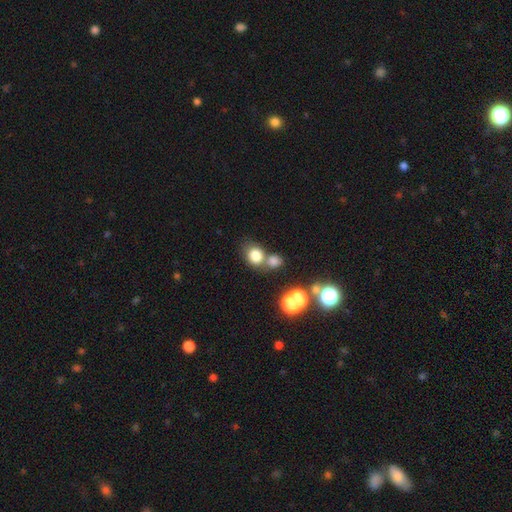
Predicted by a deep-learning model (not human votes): Overall: smooth (78%). How rounded: round (68%; in between 31%). Merging: none (48%; merger 38%).